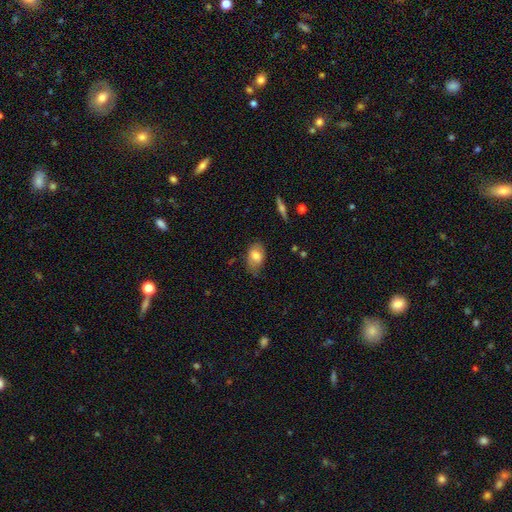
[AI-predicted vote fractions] This appears to be a smooth galaxy with no disk features (74%) that is in between round and cigar-shaped (86%). Merging: none (64%).